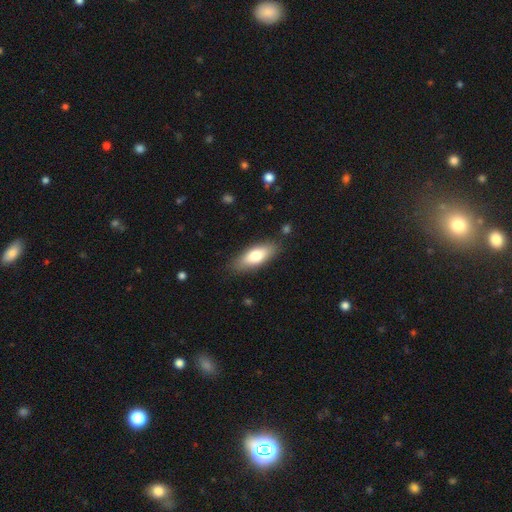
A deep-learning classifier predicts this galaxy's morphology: Smooth or featured?
  - smooth: 72% *
  - featured or disk: 22%
  - star or artifact: 6%
How rounded?
  - in between: 73% *
  - cigar-shaped: 25%
  - round: 2%
Merging?
  - none: 85% *
  - minor disturbance: 11%
  - major disturbance: 3%
  - merger: 1%